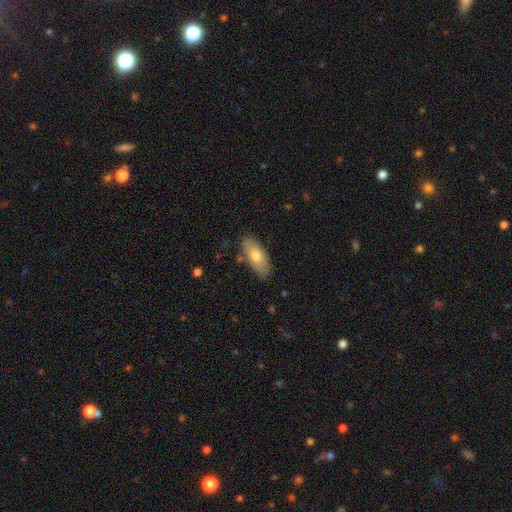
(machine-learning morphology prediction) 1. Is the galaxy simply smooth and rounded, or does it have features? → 70% smooth, 24% featured or disk, 6% star or artifact.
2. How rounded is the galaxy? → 83% in between, 15% cigar-shaped, 3% round.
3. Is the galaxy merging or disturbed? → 84% none, 12% minor disturbance, 2% major disturbance, 2% merger.